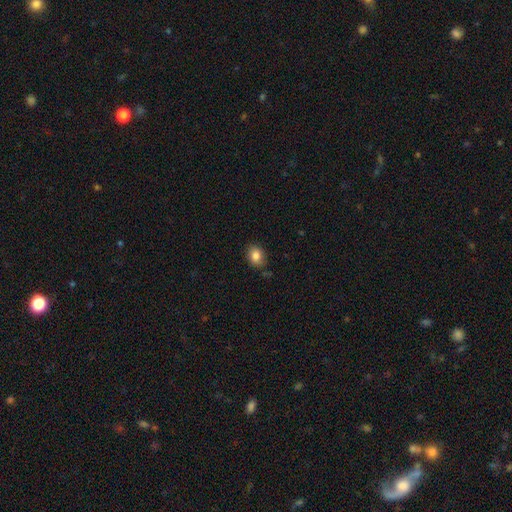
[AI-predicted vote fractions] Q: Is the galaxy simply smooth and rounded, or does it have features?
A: smooth — 85%.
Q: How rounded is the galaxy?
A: round — 50%.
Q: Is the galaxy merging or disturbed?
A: none — 85%.